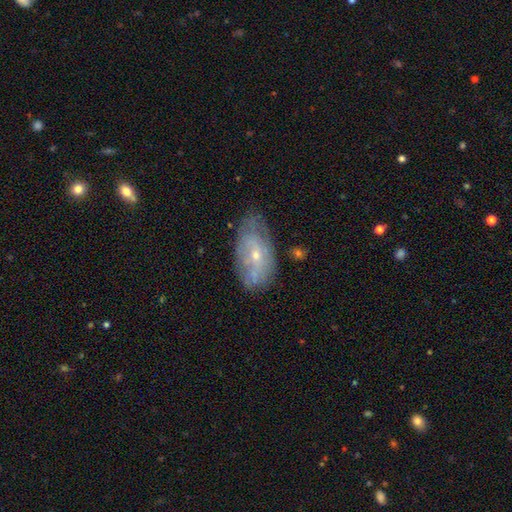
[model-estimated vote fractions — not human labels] Smooth or featured: featured or disk — 56% (smooth — 36%)
Edge-on disk: no — 91% (yes — 9%)
Bar: no — 72% (weak — 23%)
Spiral arms: yes — 52% (no — 48%)
Bulge size: small — 65% (moderate — 32%)
Merging: none — 58% (minor disturbance — 30%)